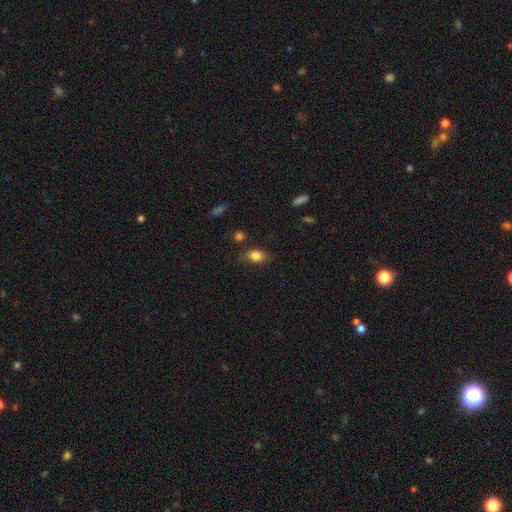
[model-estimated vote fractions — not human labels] Overall: smooth (83%). How rounded: in between (76%). Merging: none (71%).